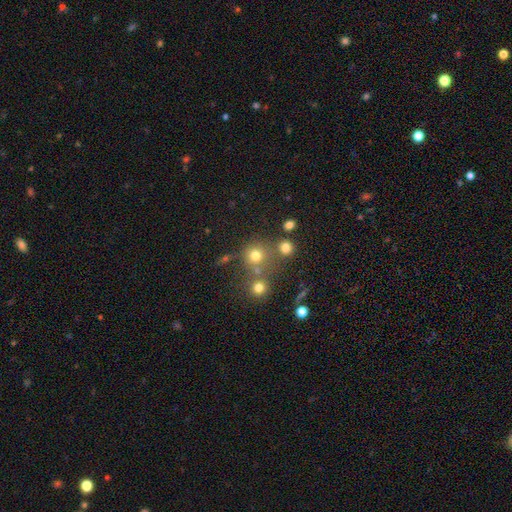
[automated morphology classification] Smooth or featured? Predicted: smooth (p=0.74). How rounded? Predicted: round (p=0.89). Merging? Predicted: none (p=0.64).